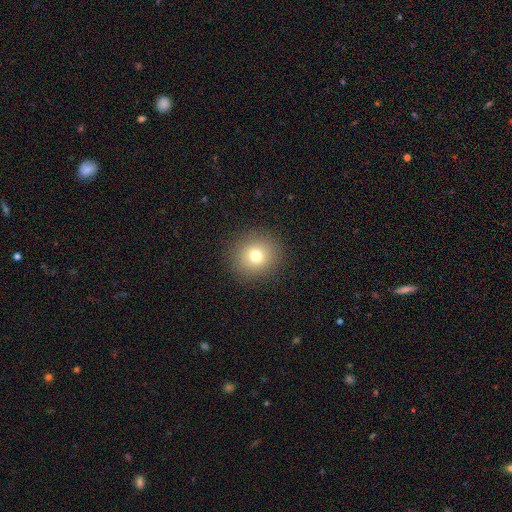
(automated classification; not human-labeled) Overall: smooth (75%). How rounded: round (91%). Merging: none (91%).